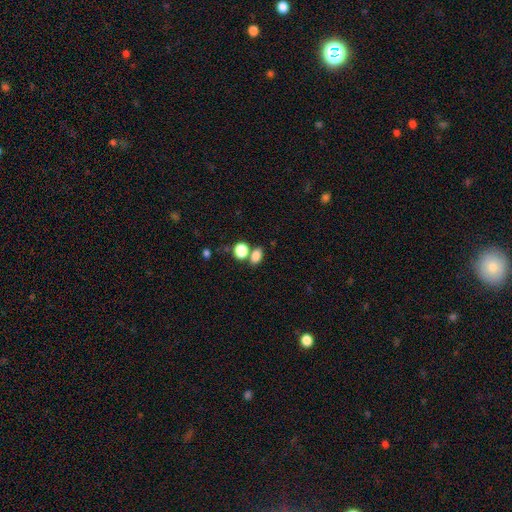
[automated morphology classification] This appears to be a smooth galaxy with no disk features (83%) that is in between round and cigar-shaped (73%). Merging: none (54%).